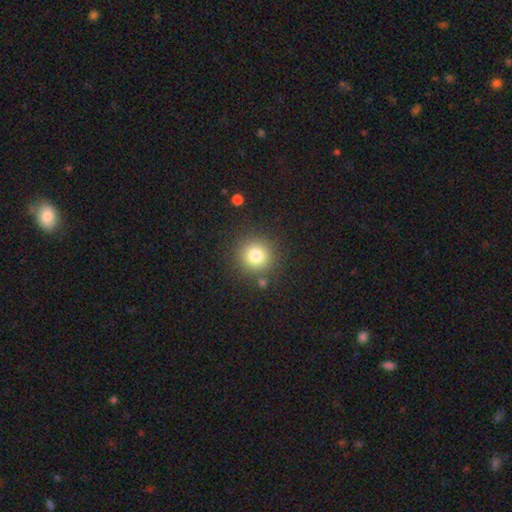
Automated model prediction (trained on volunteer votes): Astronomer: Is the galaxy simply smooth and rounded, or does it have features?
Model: smooth — 80%.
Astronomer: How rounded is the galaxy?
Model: round — 93%.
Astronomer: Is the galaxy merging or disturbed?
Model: none — 87%.